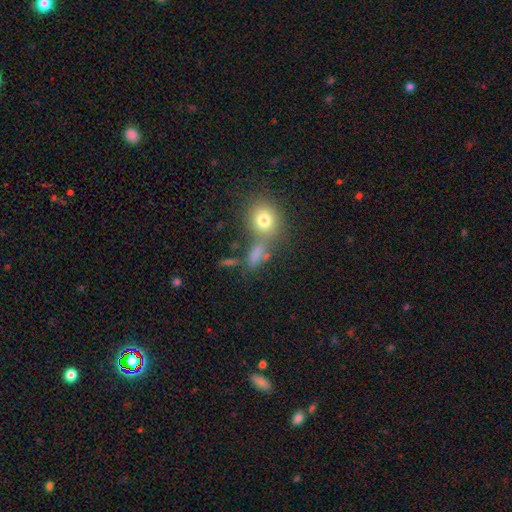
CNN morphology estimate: smooth-or-featured: smooth: 69% | star or artifact: 18% | featured or disk: 13%
  how-rounded: in between: 54% | round: 28% | cigar-shaped: 18%
  merging: none: 52% | merger: 27% | minor disturbance: 13% | major disturbance: 8%